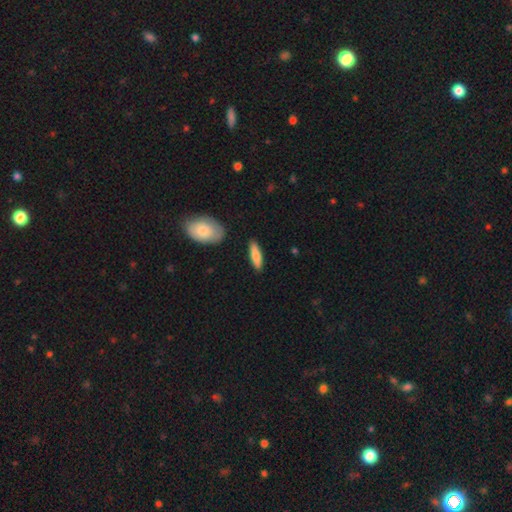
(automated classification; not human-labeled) Smooth or featured?
  - smooth: 80% *
  - featured or disk: 15%
  - star or artifact: 5%
How rounded?
  - cigar-shaped: 62% *
  - in between: 36%
  - round: 2%
Merging?
  - none: 87% *
  - minor disturbance: 9%
  - merger: 2%
  - major disturbance: 2%